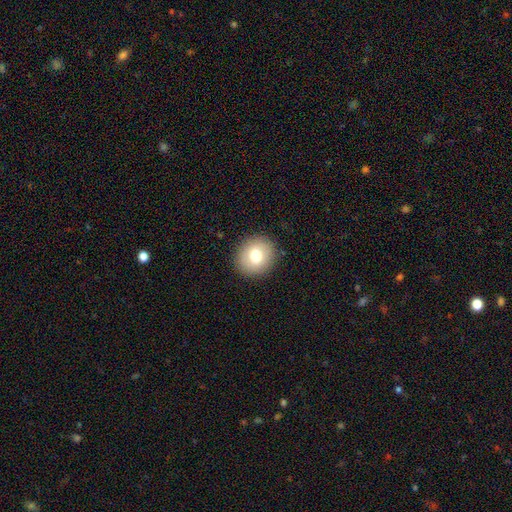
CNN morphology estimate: Smooth or featured? smooth (76%)
How rounded? round (84%)
Merging? none (90%)